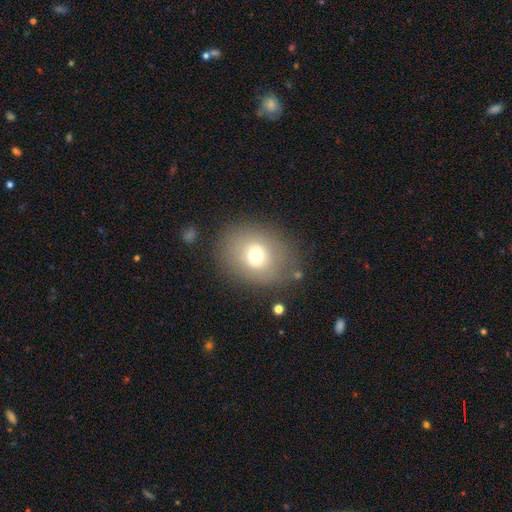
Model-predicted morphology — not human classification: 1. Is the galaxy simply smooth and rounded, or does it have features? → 68% smooth, 20% featured or disk, 12% star or artifact.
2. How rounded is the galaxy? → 54% round, 45% in between, 1% cigar-shaped.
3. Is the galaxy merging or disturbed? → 80% none, 12% minor disturbance, 6% major disturbance, 2% merger.